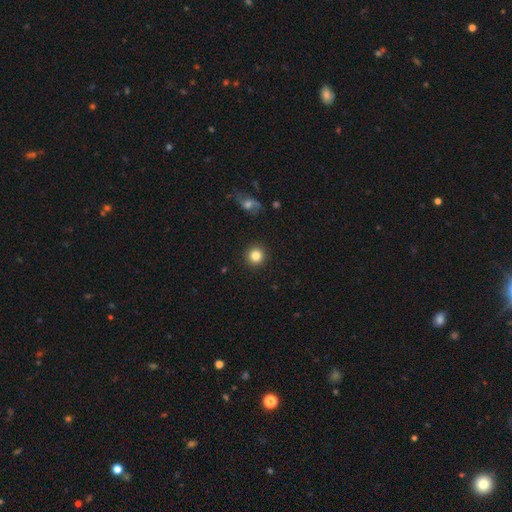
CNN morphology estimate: Smooth or featured?
  - smooth: 83% *
  - star or artifact: 11%
  - featured or disk: 6%
How rounded?
  - round: 94% *
  - in between: 5%
  - cigar-shaped: 1%
Merging?
  - none: 92% *
  - minor disturbance: 5%
  - major disturbance: 2%
  - merger: 1%